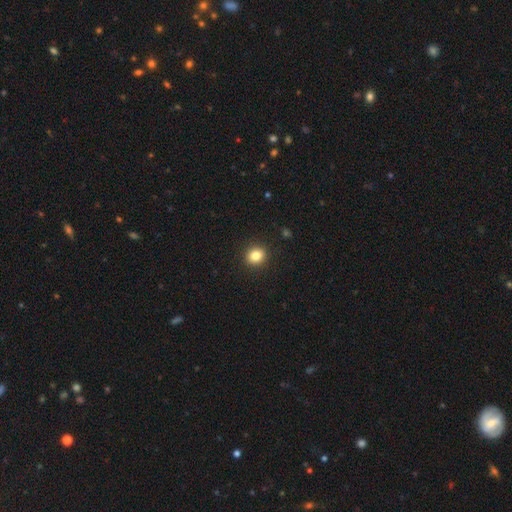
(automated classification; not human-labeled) smooth 83%, star or artifact 11%, featured or disk 6%. Down the decision tree: how rounded — round (75%); merging — none (92%).